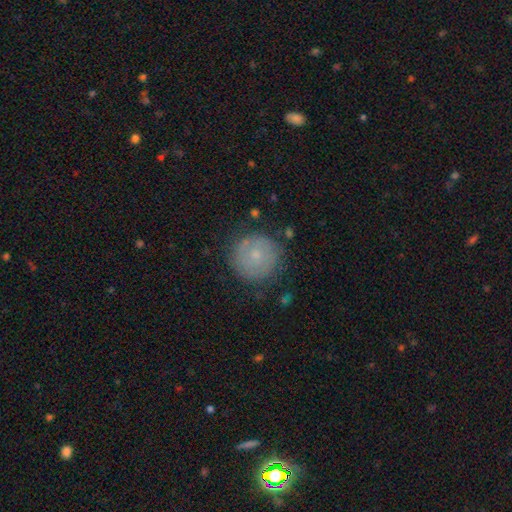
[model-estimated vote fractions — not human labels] Smooth or featured? Predicted: smooth (p=0.54). How rounded? Predicted: round (p=0.94). Merging? Predicted: none (p=0.80).